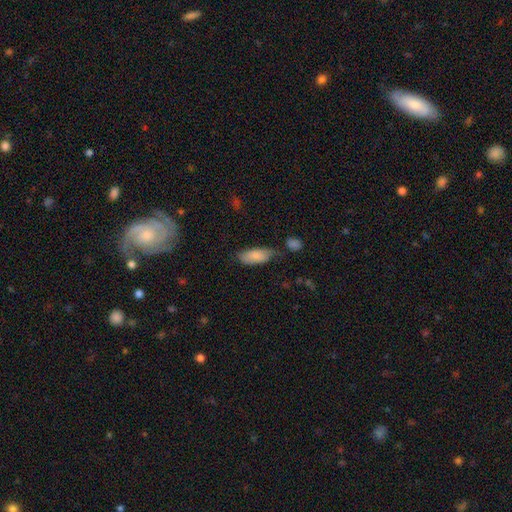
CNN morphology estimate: A smooth galaxy with no disk features (81%) that is in between round and cigar-shaped (83%). Merging: none (55%).